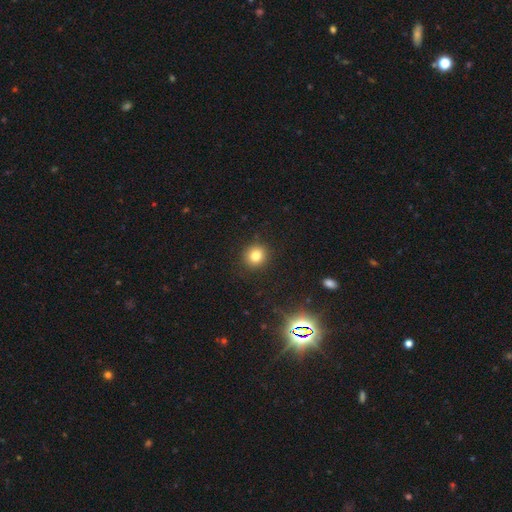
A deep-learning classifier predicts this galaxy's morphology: Smooth or featured? smooth (81%)
How rounded? round (87%)
Merging? none (90%)